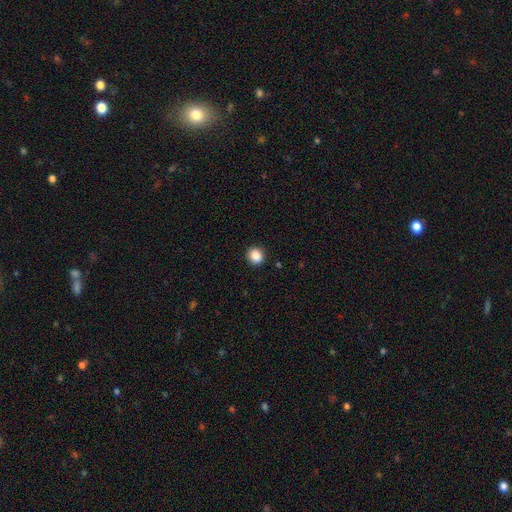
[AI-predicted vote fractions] Smooth or featured: smooth — 87% (star or artifact — 9%)
How rounded: round — 82% (in between — 17%)
Merging: none — 91% (minor disturbance — 6%)